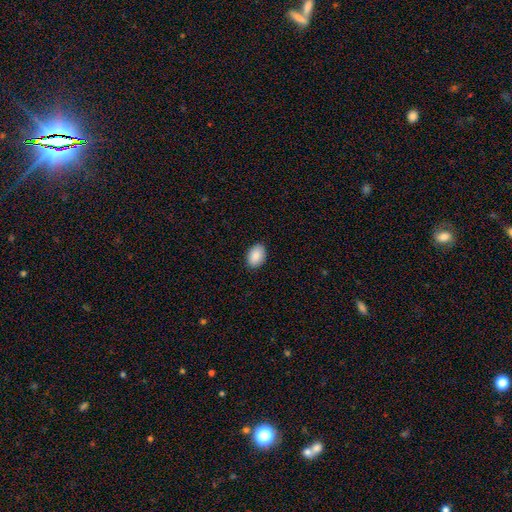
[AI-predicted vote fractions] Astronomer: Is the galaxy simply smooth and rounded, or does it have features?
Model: smooth — 90%.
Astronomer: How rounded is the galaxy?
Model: in between — 83%.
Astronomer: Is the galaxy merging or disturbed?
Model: none — 89%.